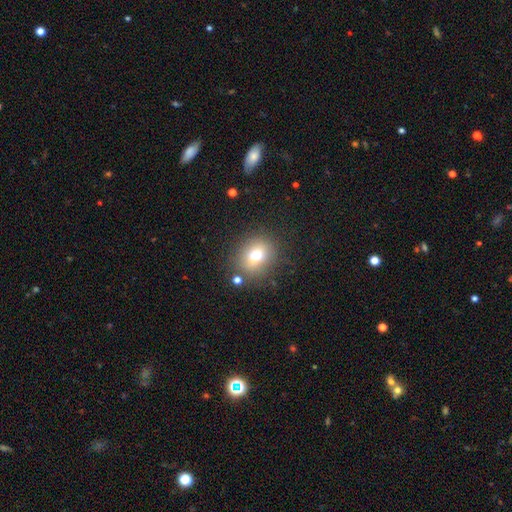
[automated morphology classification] A smooth galaxy with no disk features (71%) that is round (69%).

Vote fractions:
- Smooth or featured? smooth: 71% / star or artifact: 14% / featured or disk: 14%
- How rounded? round: 69% / in between: 30% / cigar-shaped: 1%
- Merging? none: 80% / minor disturbance: 11% / major disturbance: 5% / merger: 4%